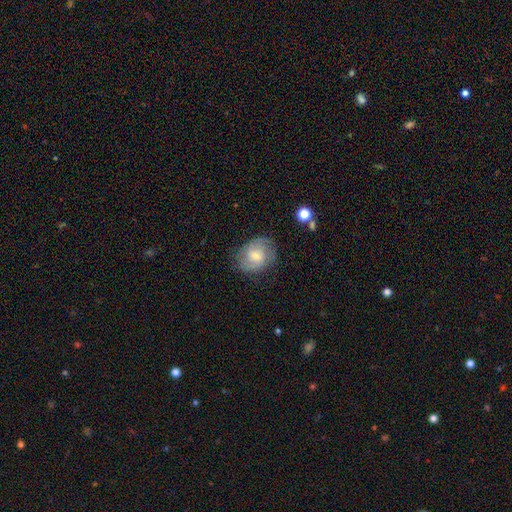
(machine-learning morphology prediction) Q: Smooth or featured?
A: featured or disk (55%); runner-up: smooth (38%)
Q: Edge-on disk?
A: no (97%); runner-up: yes (3%)
Q: Bar?
A: weak (46%); runner-up: no (45%)
Q: Spiral arms?
A: yes (83%); runner-up: no (17%)
Q: Bulge size?
A: small (53%); runner-up: moderate (39%)
Q: Merging?
A: none (67%); runner-up: minor disturbance (22%)